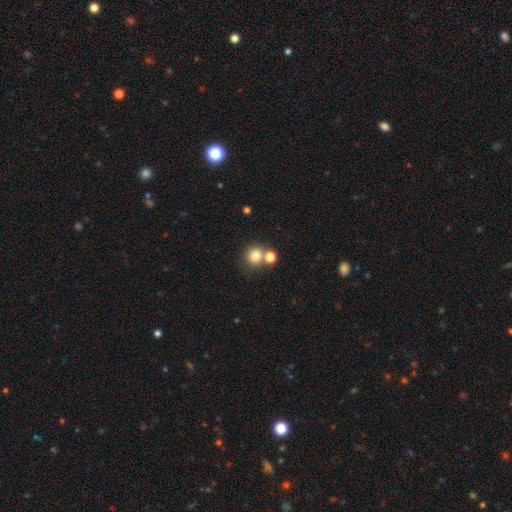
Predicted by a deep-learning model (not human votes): The model was most divided on "merging": none: 59%, merger: 30%, minor disturbance: 7%, major disturbance: 3%. More confident: how rounded — round (88%); smooth or featured — smooth (80%).